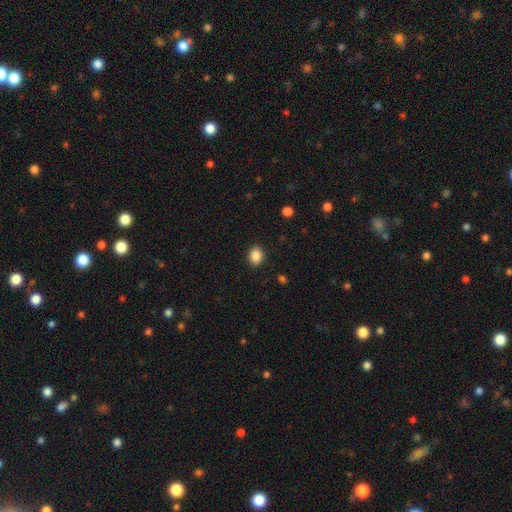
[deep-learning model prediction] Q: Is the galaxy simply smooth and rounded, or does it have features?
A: smooth — 88%.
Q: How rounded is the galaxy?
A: in between — 56%.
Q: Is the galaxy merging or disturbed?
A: none — 90%.